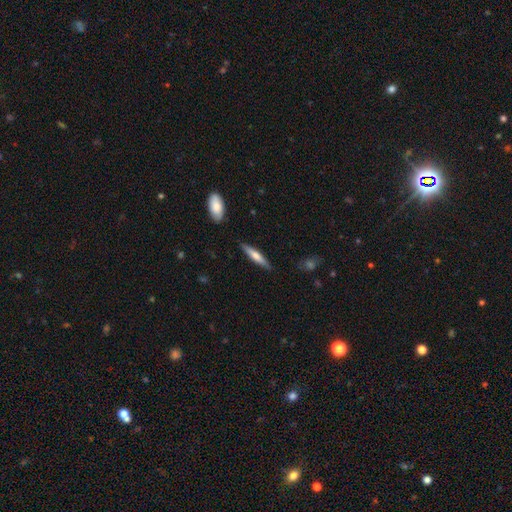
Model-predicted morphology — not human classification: smooth 60%, featured or disk 34%, star or artifact 6%. Down the decision tree: how rounded — cigar-shaped (85%); merging — none (86%).